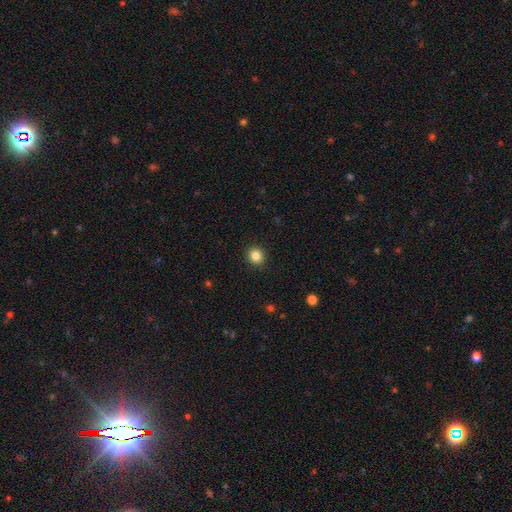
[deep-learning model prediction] A smooth galaxy with no disk features (85%) that is round (87%). Merging: none (92%).